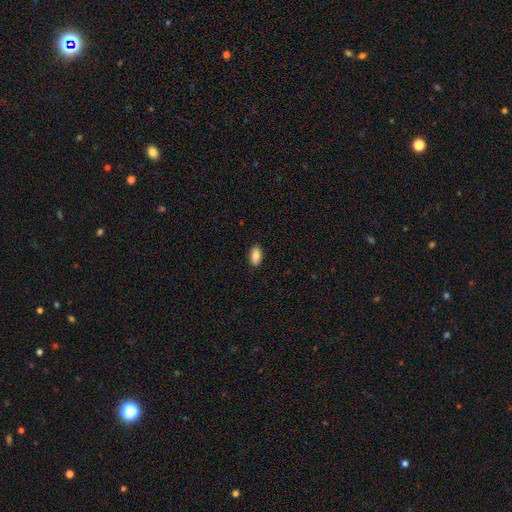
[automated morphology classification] smooth 82%, featured or disk 10%, star or artifact 7%. Down the decision tree: how rounded — in between (91%); merging — none (88%).